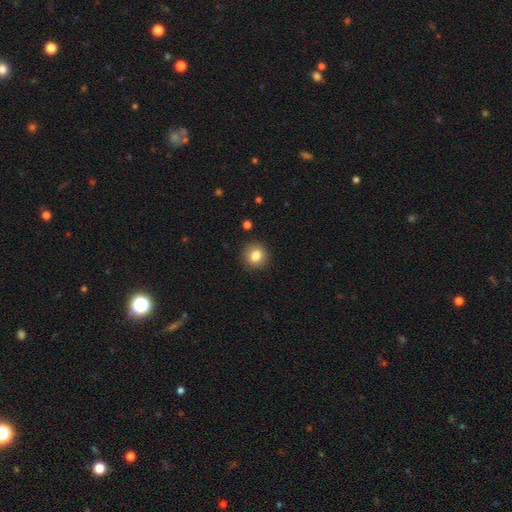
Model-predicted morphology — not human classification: Smooth or featured? smooth (83%)
How rounded? round (84%)
Merging? none (90%)